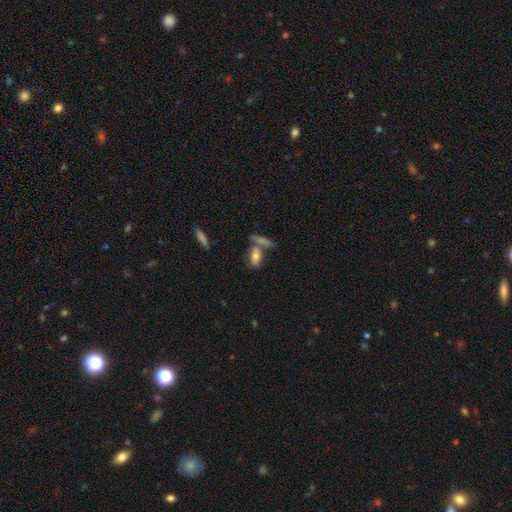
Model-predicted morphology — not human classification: Smooth or featured: smooth — 70% (featured or disk — 22%)
How rounded: in between — 80% (cigar-shaped — 16%)
Merging: none — 46% (merger — 35%)